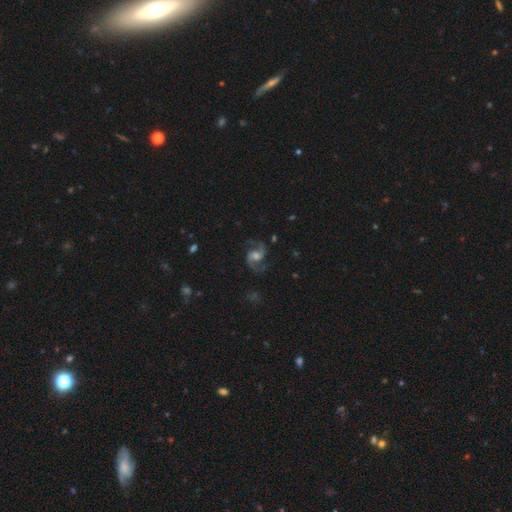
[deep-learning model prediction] featured or disk 90%, star or artifact 5%, smooth 5%. Down the decision tree: edge-on disk — no (98%); bar — no (51%); spiral arms — yes (98%); spiral arm count — 2 (93%); spiral winding — medium (55%); bulge size — moderate (56%); merging — none (78%).